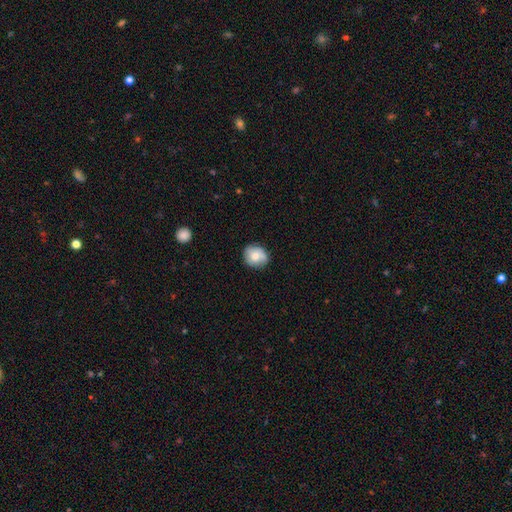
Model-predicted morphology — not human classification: A smooth galaxy with no disk features (68%) that is round (72%). Merging: none (75%).